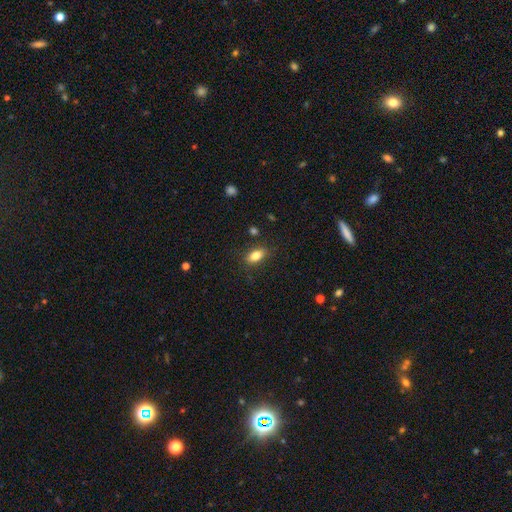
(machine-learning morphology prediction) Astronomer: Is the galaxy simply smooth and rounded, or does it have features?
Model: smooth — 82%.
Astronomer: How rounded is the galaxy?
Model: in between — 87%.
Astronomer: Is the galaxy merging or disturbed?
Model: none — 84%.